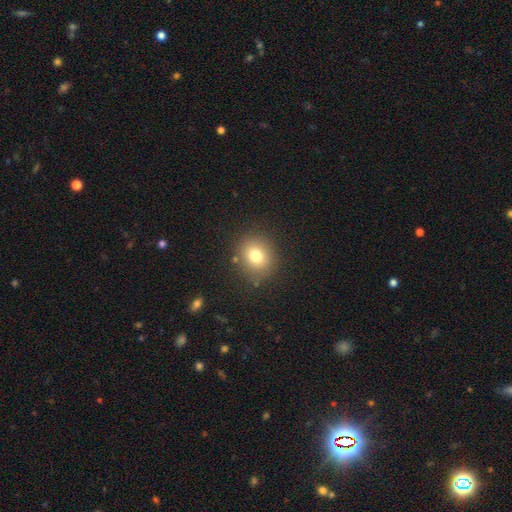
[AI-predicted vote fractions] The model was most divided on "how rounded": round: 76%, in between: 23%, cigar-shaped: 1%. More confident: merging — none (85%); smooth or featured — smooth (77%).